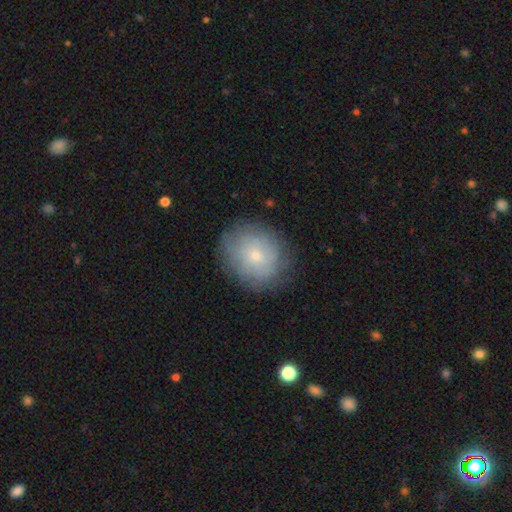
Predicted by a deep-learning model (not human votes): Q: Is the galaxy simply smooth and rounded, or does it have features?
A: smooth — 56%.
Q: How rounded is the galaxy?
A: round — 73%.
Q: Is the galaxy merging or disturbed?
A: none — 78%.